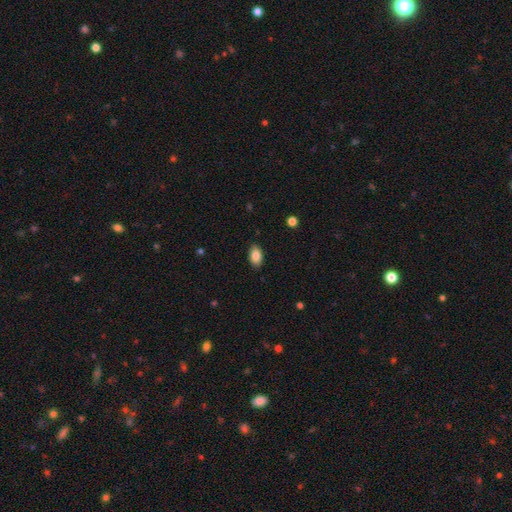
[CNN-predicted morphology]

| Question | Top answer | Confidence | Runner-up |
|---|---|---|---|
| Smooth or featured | smooth | 86% | star or artifact (8%) |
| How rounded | in between | 92% | round (6%) |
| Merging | none | 87% | minor disturbance (10%) |